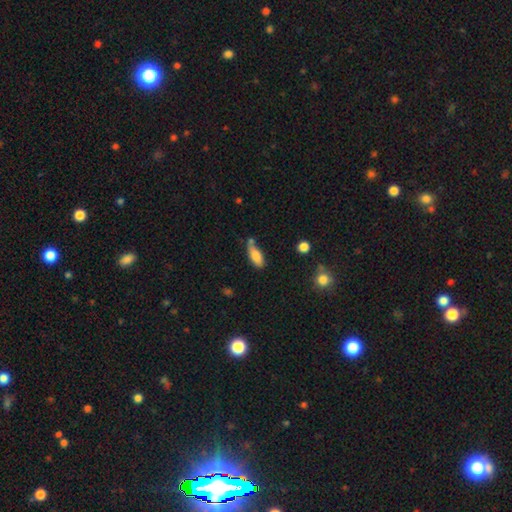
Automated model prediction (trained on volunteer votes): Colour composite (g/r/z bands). It shows a smooth galaxy with no disk features (81%) that is in between round and cigar-shaped (75%). Merging: none (49%).